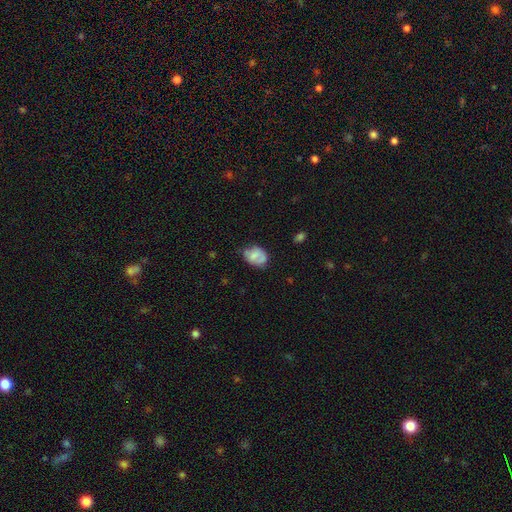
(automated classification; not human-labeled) The model was most divided on "merging": none: 52%, minor disturbance: 33%, major disturbance: 11%, merger: 4%. More confident: how rounded — in between (66%); smooth or featured — smooth (65%).